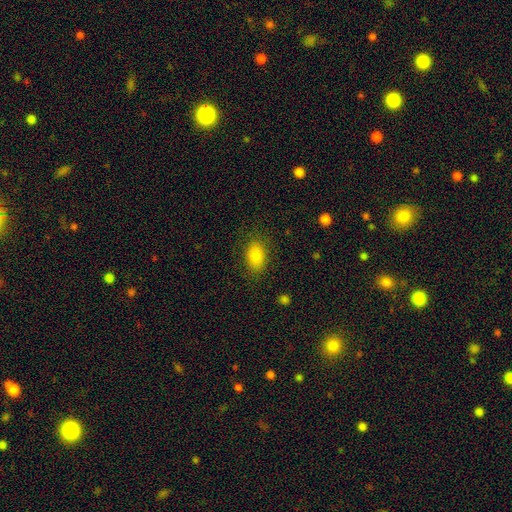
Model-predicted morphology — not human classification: A smooth galaxy with no disk features (84%) that is in between round and cigar-shaped (87%). Merging: none (84%).